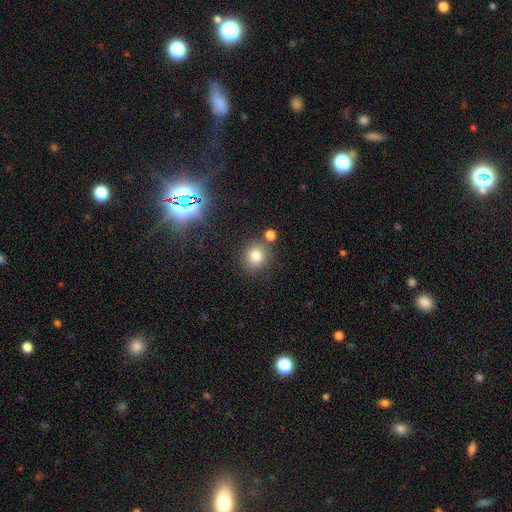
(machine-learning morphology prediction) smooth-or-featured: smooth: 80% | star or artifact: 13% | featured or disk: 7%
  how-rounded: round: 83% | in between: 16% | cigar-shaped: 1%
  merging: none: 77% | minor disturbance: 10% | merger: 10% | major disturbance: 3%